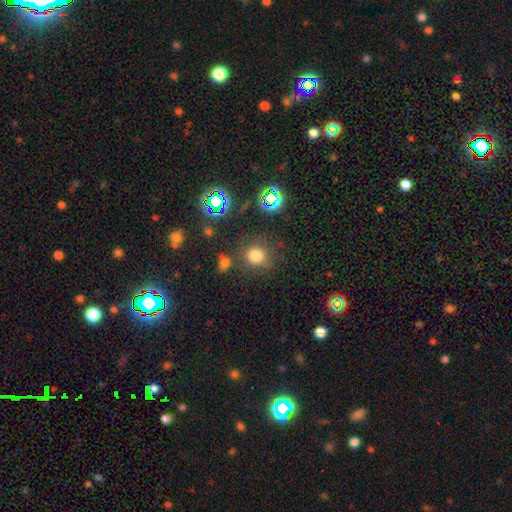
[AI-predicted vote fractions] Smooth or featured?
  - smooth: 73% *
  - star or artifact: 20%
  - featured or disk: 7%
How rounded?
  - round: 88% *
  - in between: 11%
  - cigar-shaped: 1%
Merging?
  - none: 76% *
  - minor disturbance: 11%
  - merger: 7%
  - major disturbance: 6%